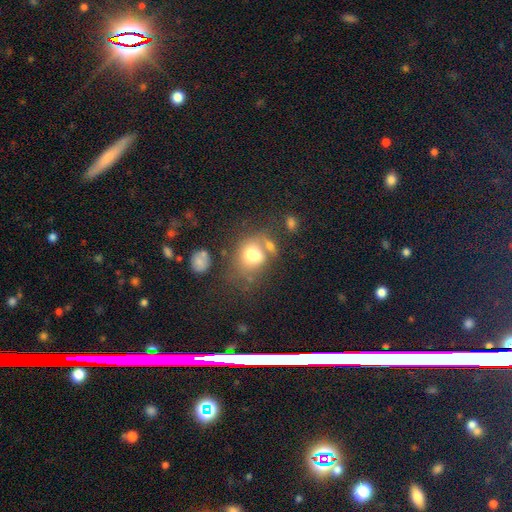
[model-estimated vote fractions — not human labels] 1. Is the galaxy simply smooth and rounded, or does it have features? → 70% smooth, 18% featured or disk, 11% star or artifact.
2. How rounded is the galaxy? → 52% in between, 47% round, 1% cigar-shaped.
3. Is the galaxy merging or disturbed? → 36% none, 32% merger, 18% minor disturbance, 15% major disturbance.